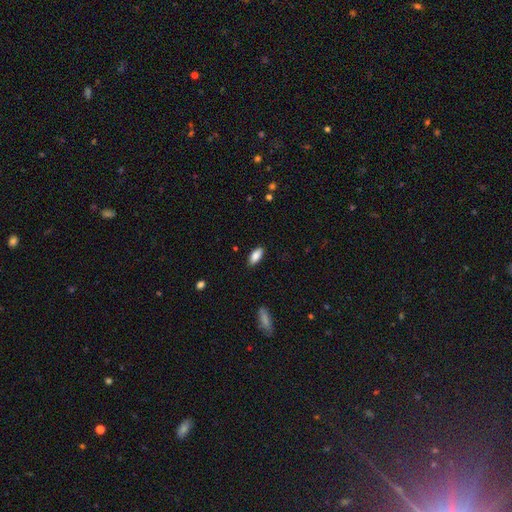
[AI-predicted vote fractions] Overall: smooth (88%). How rounded: in between (86%). Merging: none (87%).